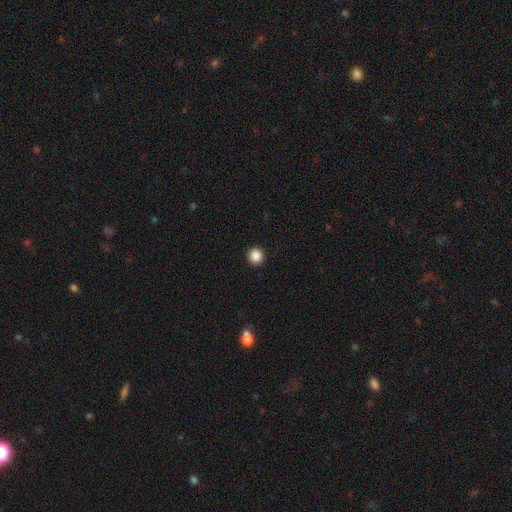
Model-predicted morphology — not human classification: type=smooth (88%); roundness=round (94%); merging=none (93%).